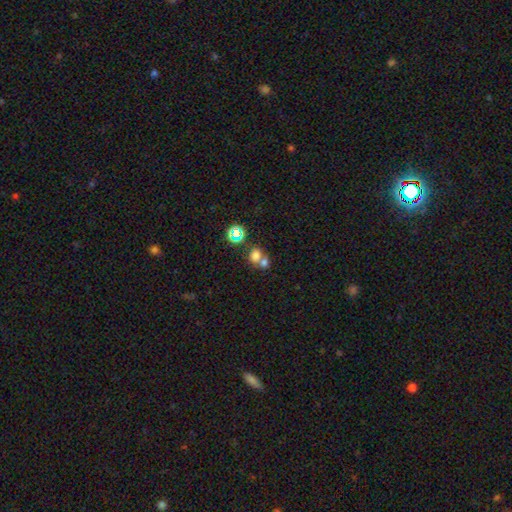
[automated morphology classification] This appears to be a smooth galaxy with no disk features (69%) that is round (61%). Merging: merger (54%).